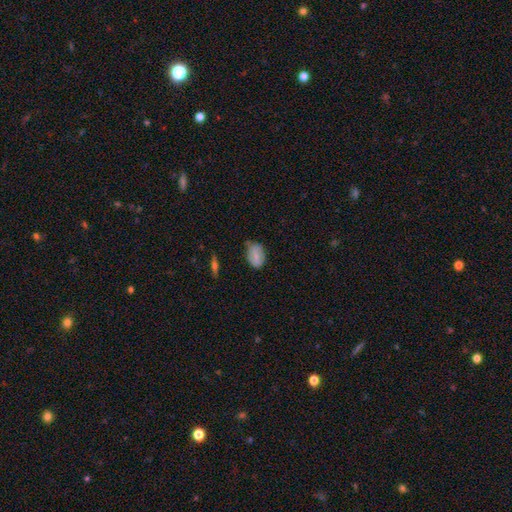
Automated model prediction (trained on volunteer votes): Smooth or featured?
  - smooth: 65% *
  - featured or disk: 27%
  - star or artifact: 8%
How rounded?
  - in between: 81% *
  - round: 17%
  - cigar-shaped: 2%
Merging?
  - none: 57% *
  - minor disturbance: 34%
  - major disturbance: 7%
  - merger: 3%